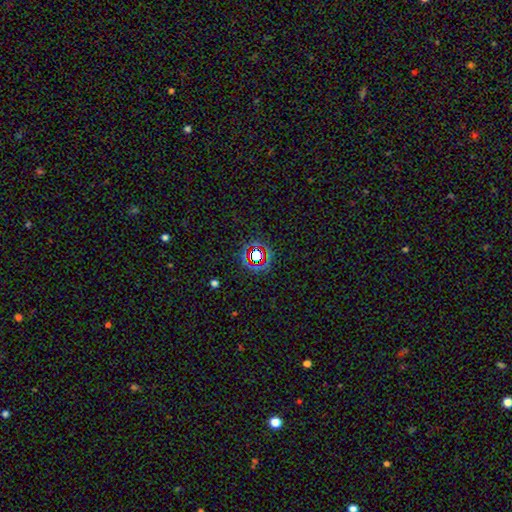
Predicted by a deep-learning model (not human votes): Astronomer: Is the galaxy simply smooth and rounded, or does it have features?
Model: star or artifact — 70%.